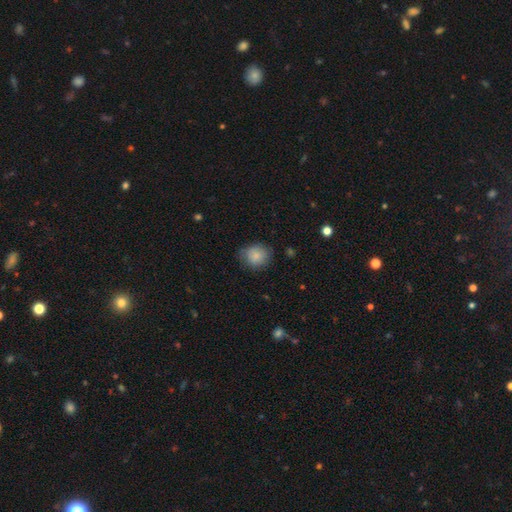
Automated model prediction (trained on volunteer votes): Smooth or featured: smooth — 84% (star or artifact — 8%)
How rounded: round — 79% (in between — 21%)
Merging: none — 74% (minor disturbance — 20%)